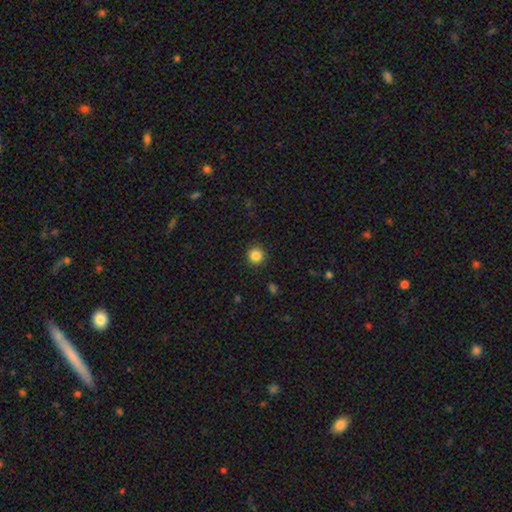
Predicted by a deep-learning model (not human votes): Morphology: type=smooth (85%); roundness=round (95%); merging=none (92%).